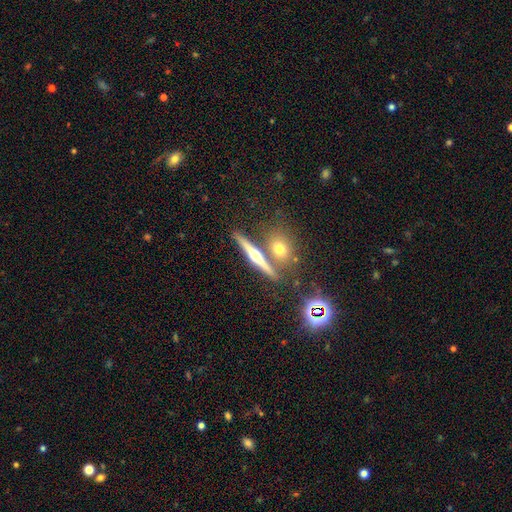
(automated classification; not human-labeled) This appears to be a featured or disk galaxy (69%) viewed edge-on (95%) with a rounded central bulge (94%). Merging: none (76%).